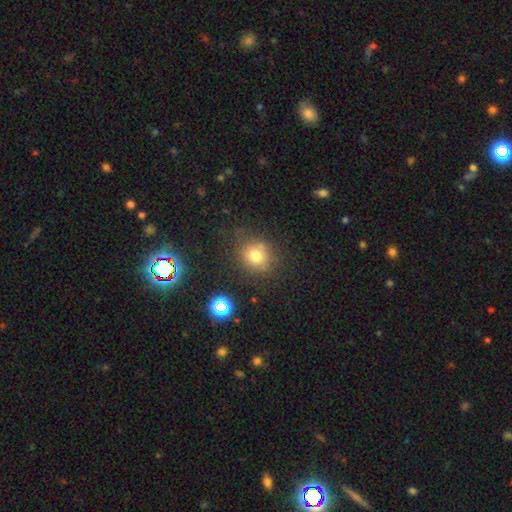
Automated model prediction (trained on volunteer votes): This appears to be a smooth galaxy with no disk features (75%) that is round (82%). Merging: none (76%).